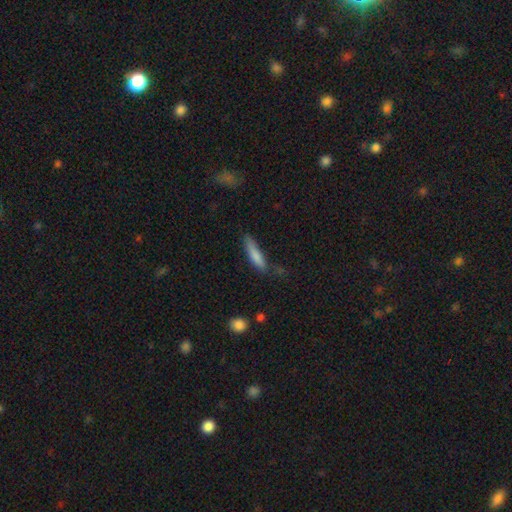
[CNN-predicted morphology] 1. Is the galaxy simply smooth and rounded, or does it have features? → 80% smooth, 13% featured or disk, 7% star or artifact.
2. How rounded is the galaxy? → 78% cigar-shaped, 21% in between, 2% round.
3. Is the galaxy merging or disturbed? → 64% none, 26% minor disturbance, 7% major disturbance, 3% merger.